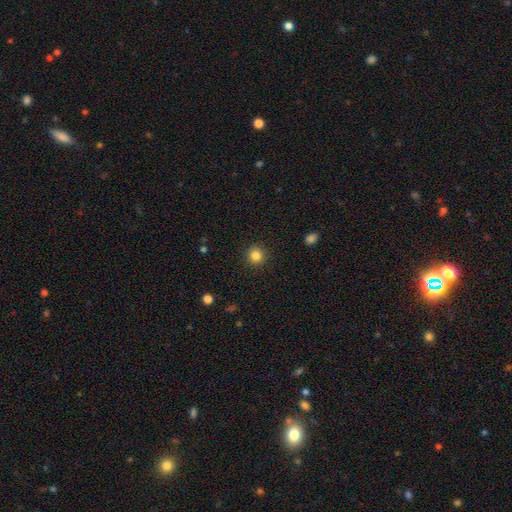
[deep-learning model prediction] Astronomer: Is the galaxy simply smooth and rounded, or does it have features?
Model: smooth — 83%.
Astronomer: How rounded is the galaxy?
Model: round — 94%.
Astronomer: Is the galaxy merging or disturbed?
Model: none — 92%.